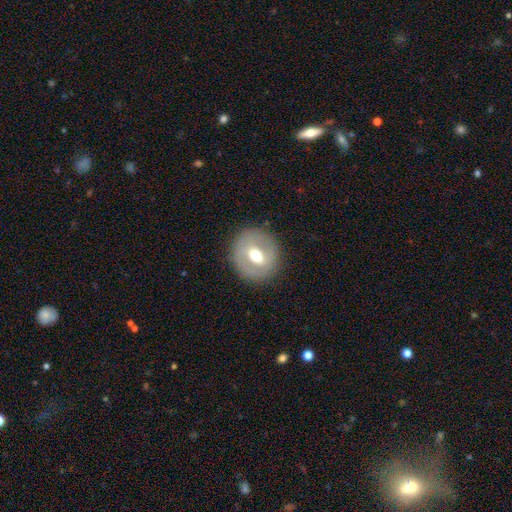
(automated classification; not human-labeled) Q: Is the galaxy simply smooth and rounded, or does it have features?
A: smooth — 46%, tied with featured or disk.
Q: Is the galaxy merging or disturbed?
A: none — 84%.